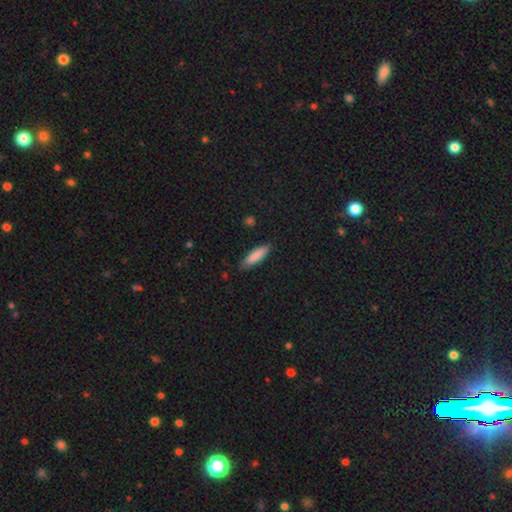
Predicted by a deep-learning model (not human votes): Smooth or featured? smooth (86%)
How rounded? cigar-shaped (60%)
Merging? none (84%)